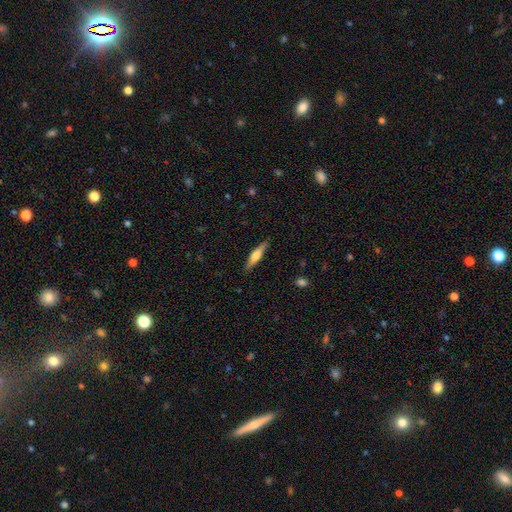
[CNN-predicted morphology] featured or disk 51%, smooth 43%, star or artifact 6%. Down the decision tree: edge-on disk — yes (96%); merging — none (88%).